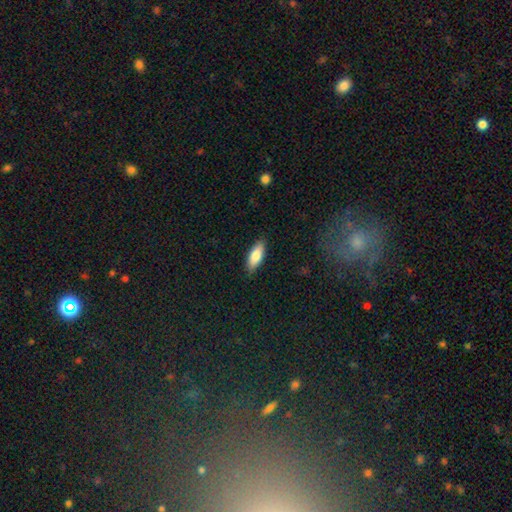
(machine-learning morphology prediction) A smooth galaxy with no disk features (82%) that is in between round and cigar-shaped (78%).

Vote fractions:
- Smooth or featured? smooth: 82% / featured or disk: 12% / star or artifact: 6%
- How rounded? in between: 78% / cigar-shaped: 20% / round: 2%
- Merging? none: 87% / minor disturbance: 10% / major disturbance: 2% / merger: 1%